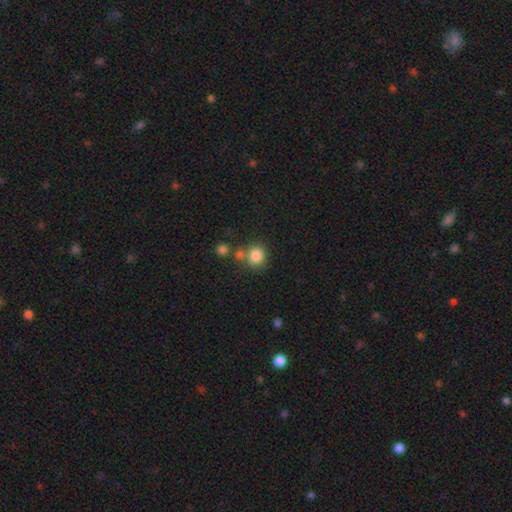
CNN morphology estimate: smooth_or_featured: smooth (p=0.83) [alt: star or artifact p=0.11]
how_rounded: round (p=0.86) [alt: in between p=0.13]
merging: none (p=0.64) [alt: merger p=0.22]